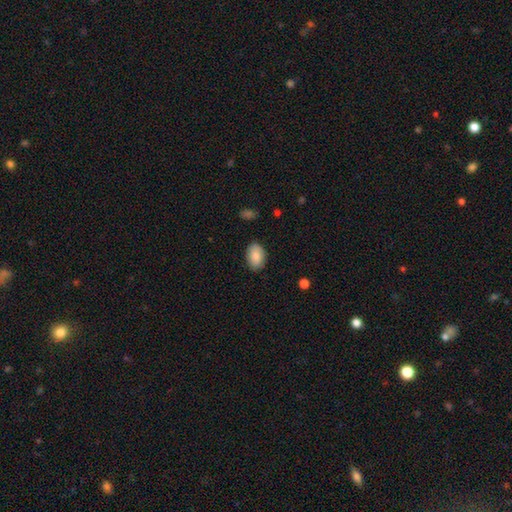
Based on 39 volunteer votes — smooth-or-featured: smooth: 90% | featured or disk: 5% | star or artifact: 5%
  how-rounded: in between: 89% | round: 11% | cigar-shaped: 0%
  merging: none: 81% | minor disturbance: 14% | major disturbance: 5% | merger: 0%